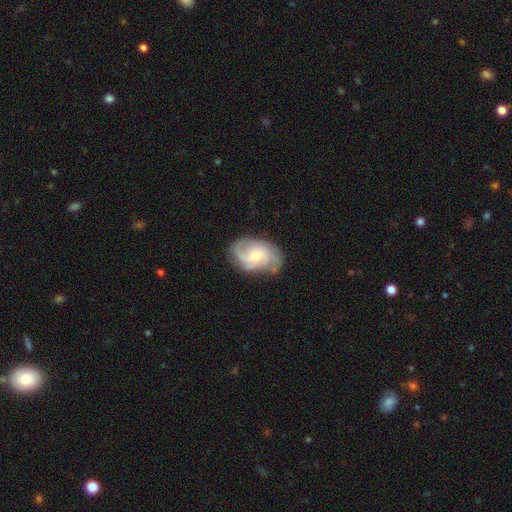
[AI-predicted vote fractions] Smooth or featured?
  - featured or disk: 78% *
  - smooth: 16%
  - star or artifact: 6%
Edge-on disk?
  - no: 97% *
  - yes: 3%
Bar?
  - no: 56% *
  - weak: 37%
  - strong: 7%
Spiral arms?
  - yes: 94% *
  - no: 6%
Spiral winding?
  - medium: 44% *
  - tight: 39%
  - loose: 17%
Spiral arm count?
  - 2: 45% *
  - 3: 24%
  - can't tell: 19%
  - 1: 4%
  - 4: 4%
  - more than 4: 3%
Bulge size?
  - moderate: 51% *
  - small: 44%
  - large: 2%
  - none: 1%
  - dominant: 1%
Merging?
  - none: 72% *
  - minor disturbance: 20%
  - major disturbance: 6%
  - merger: 1%